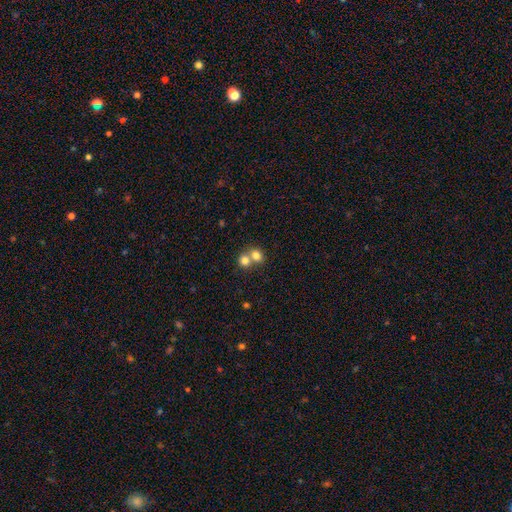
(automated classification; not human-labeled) This appears to be a smooth galaxy with no disk features (79%) that is round (72%). Merging: merger (60%).